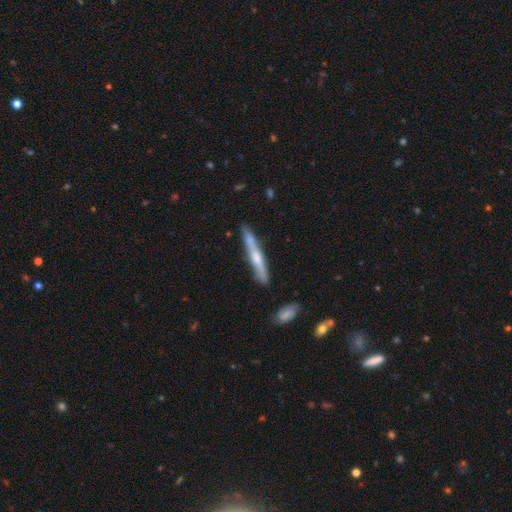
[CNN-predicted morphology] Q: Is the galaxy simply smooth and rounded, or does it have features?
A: featured or disk — 61%.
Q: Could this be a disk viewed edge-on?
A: yes — 95%.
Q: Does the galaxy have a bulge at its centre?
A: rounded — 70%.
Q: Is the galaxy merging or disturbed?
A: none — 83%.